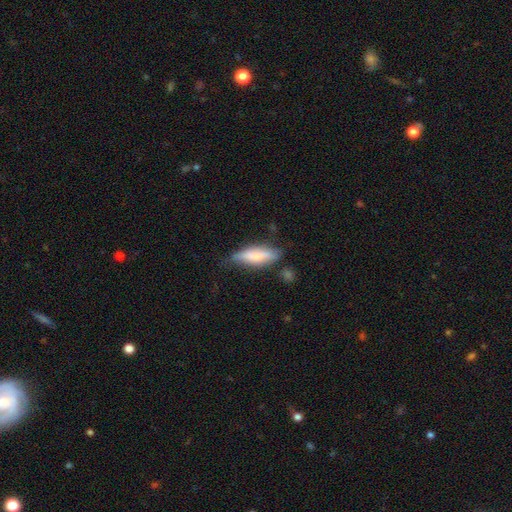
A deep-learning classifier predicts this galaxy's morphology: This is likely a smooth galaxy (61%). How rounded: possibly cigar-shaped (56%). Merging: possibly none (59%).